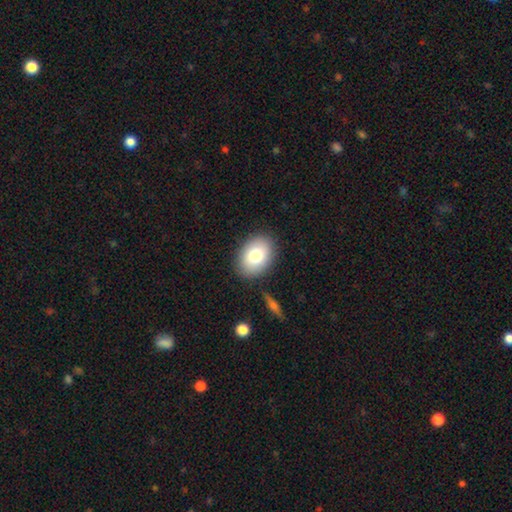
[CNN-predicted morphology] Smooth or featured: smooth — 78% (featured or disk — 14%)
How rounded: in between — 75% (round — 24%)
Merging: none — 86% (minor disturbance — 9%)